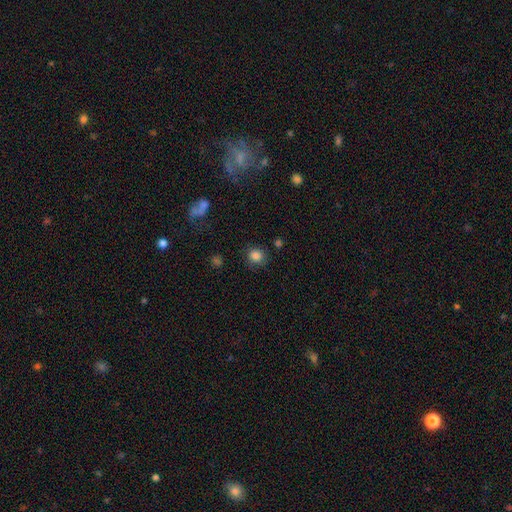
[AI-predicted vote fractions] Smooth or featured? Predicted: smooth (p=0.84). How rounded? Predicted: round (p=0.86). Merging? Predicted: none (p=0.79).